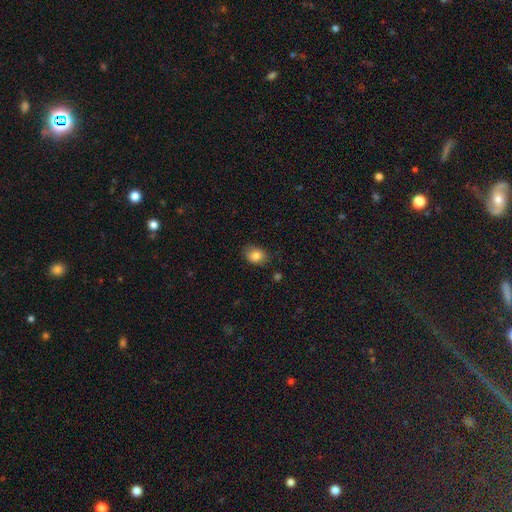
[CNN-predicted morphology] Smooth or featured?
  - smooth: 83% *
  - star or artifact: 9%
  - featured or disk: 8%
How rounded?
  - in between: 73% *
  - round: 26%
  - cigar-shaped: 1%
Merging?
  - none: 77% *
  - minor disturbance: 18%
  - major disturbance: 4%
  - merger: 1%